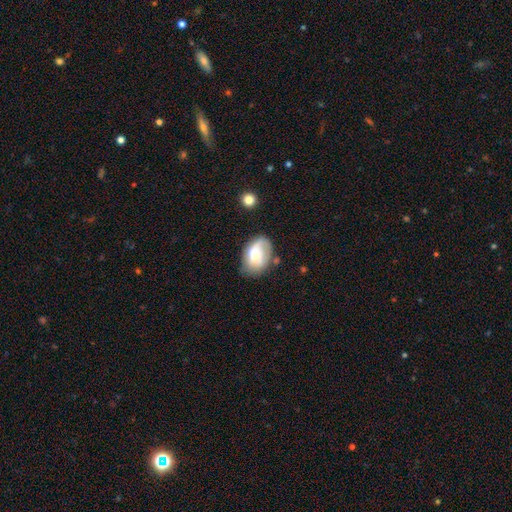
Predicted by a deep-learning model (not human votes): Smooth or featured: smooth — 52% (featured or disk — 40%)
How rounded: in between — 82% (round — 17%)
Merging: none — 51% (minor disturbance — 30%)